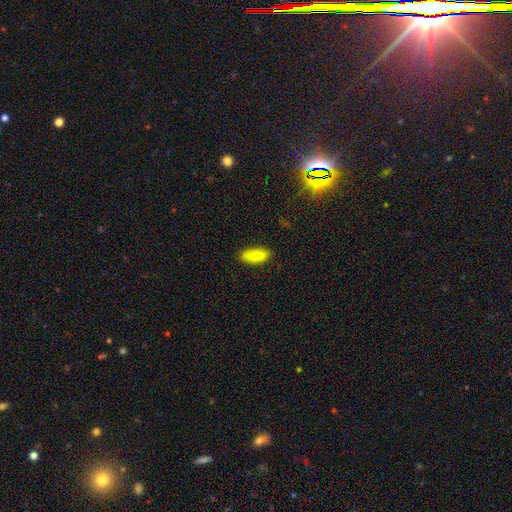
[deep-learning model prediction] Q: Smooth or featured?
A: smooth (89%); runner-up: star or artifact (7%)
Q: How rounded?
A: in between (82%); runner-up: cigar-shaped (17%)
Q: Merging?
A: none (86%); runner-up: minor disturbance (11%)